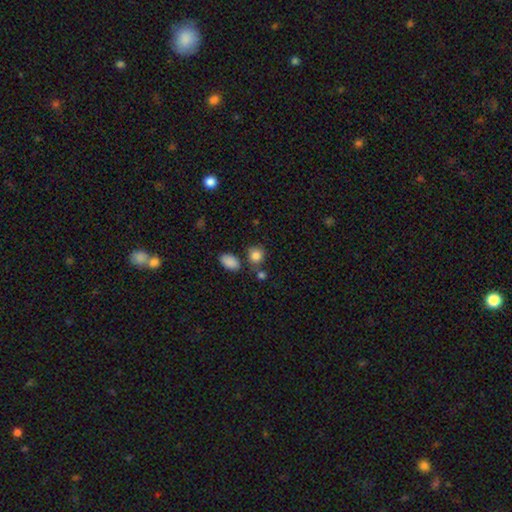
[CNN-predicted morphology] A smooth galaxy with no disk features (85%) that is round (72%).

Vote fractions:
- Smooth or featured? smooth: 85% / star or artifact: 9% / featured or disk: 5%
- How rounded? round: 72% / in between: 27% / cigar-shaped: 1%
- Merging? none: 67% / merger: 16% / minor disturbance: 13% / major disturbance: 4%